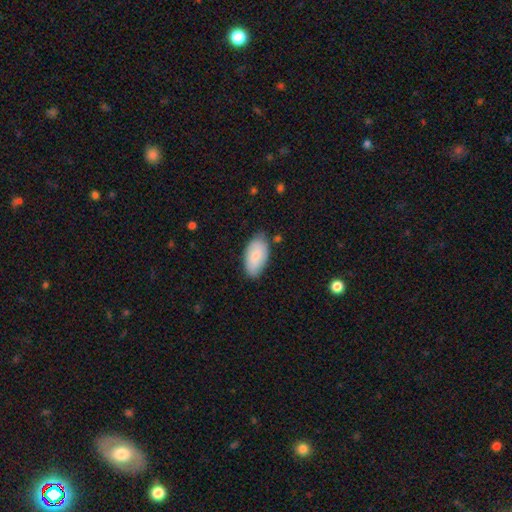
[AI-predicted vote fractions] Smooth or featured? Predicted: smooth (p=0.79). How rounded? Predicted: in between (p=0.95). Merging? Predicted: none (p=0.75).